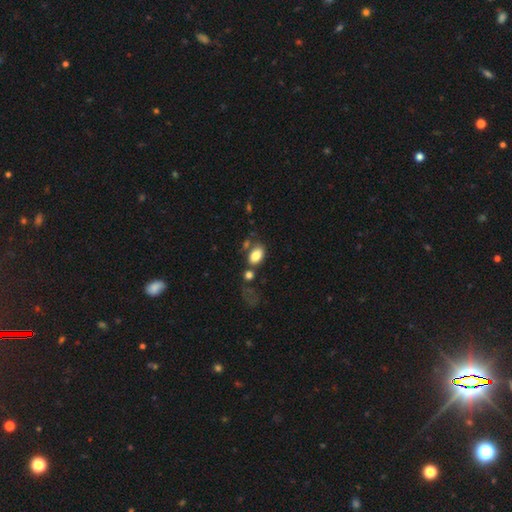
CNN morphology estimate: smooth_or_featured: smooth (p=0.84) [alt: star or artifact p=0.08]
how_rounded: in between (p=0.88) [alt: round p=0.11]
merging: none (p=0.58) [alt: merger p=0.19]